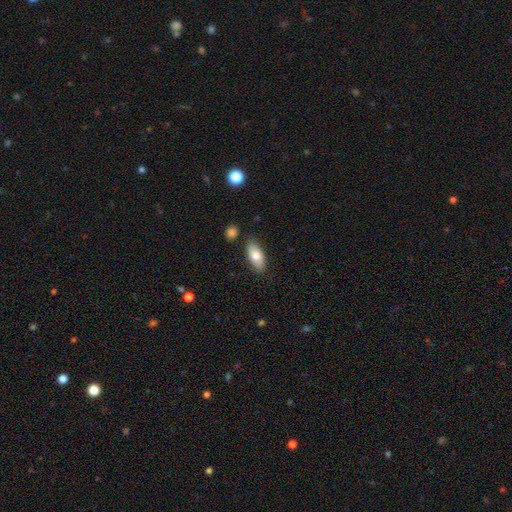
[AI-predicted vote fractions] Smooth or featured?
  - smooth: 74% *
  - featured or disk: 19%
  - star or artifact: 6%
How rounded?
  - in between: 89% *
  - cigar-shaped: 7%
  - round: 3%
Merging?
  - none: 82% *
  - minor disturbance: 12%
  - merger: 3%
  - major disturbance: 2%